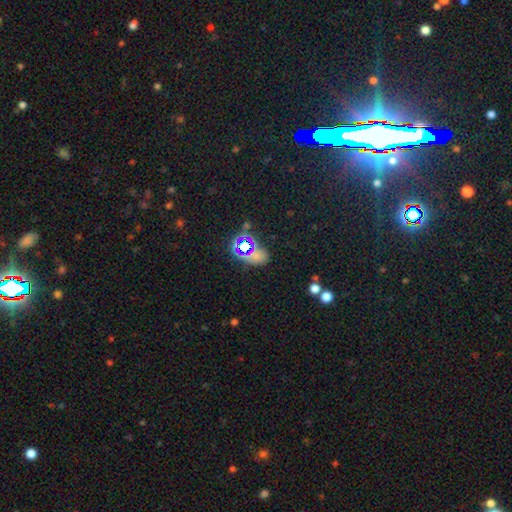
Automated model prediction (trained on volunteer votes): This is possibly a smooth galaxy (45%, tied with star or artifact). Merging: likely none (64%).